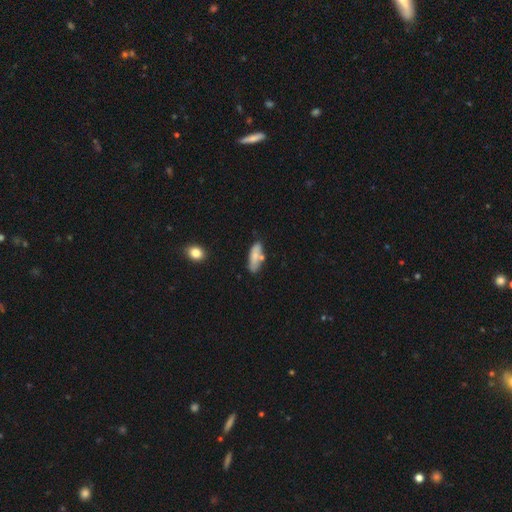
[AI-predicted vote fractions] This appears to be a smooth galaxy with no disk features (75%) that is in between round and cigar-shaped (65%). Merging: none (65%).